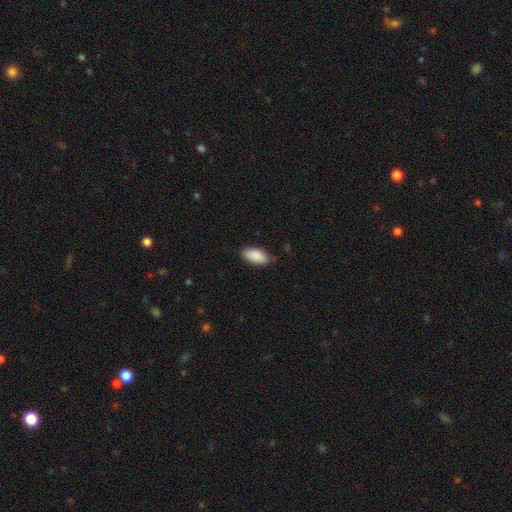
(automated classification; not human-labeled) Overall: smooth (90%). How rounded: in between (94%). Merging: none (79%).